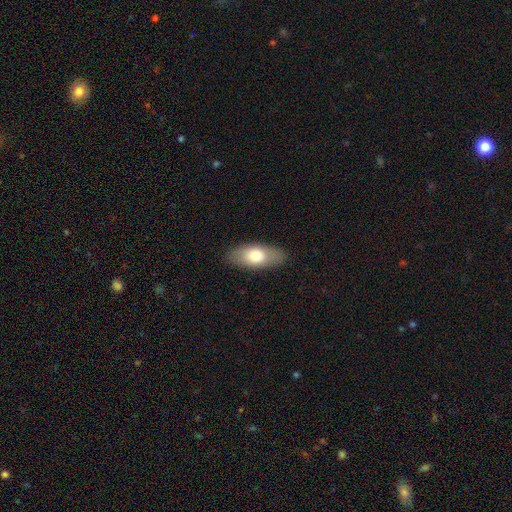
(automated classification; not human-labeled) A smooth galaxy with no disk features (73%) that is in between round and cigar-shaped (86%).

Vote fractions:
- Smooth or featured? smooth: 73% / featured or disk: 21% / star or artifact: 6%
- How rounded? in between: 86% / cigar-shaped: 10% / round: 4%
- Merging? none: 86% / minor disturbance: 11% / major disturbance: 3% / merger: 1%